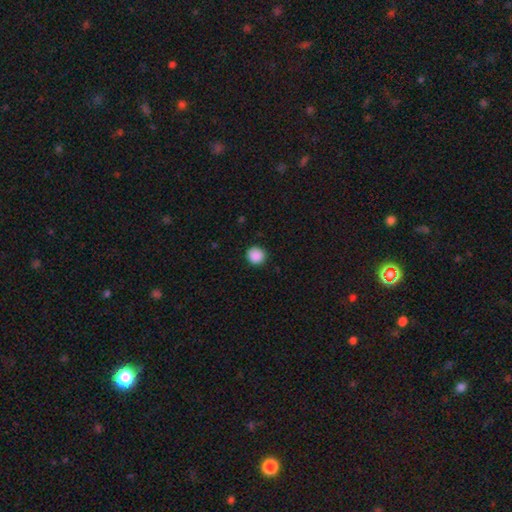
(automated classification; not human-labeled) smooth-or-featured: smooth: 89% | star or artifact: 9% | featured or disk: 2%
  how-rounded: round: 92% | in between: 7% | cigar-shaped: 1%
  merging: none: 91% | minor disturbance: 6% | major disturbance: 2% | merger: 1%